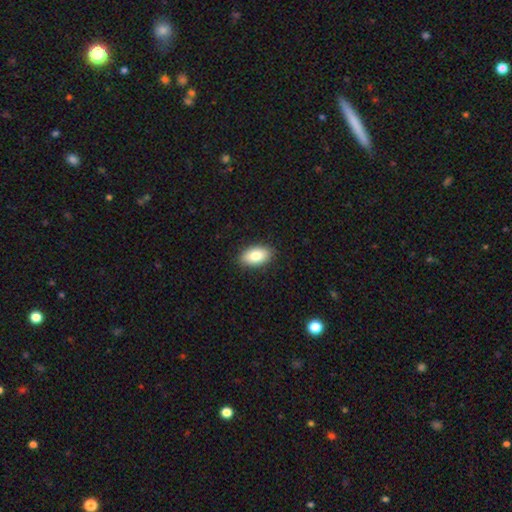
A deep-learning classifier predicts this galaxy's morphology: smooth-or-featured: smooth: 82% | featured or disk: 11% | star or artifact: 7%
  how-rounded: in between: 93% | round: 5% | cigar-shaped: 2%
  merging: none: 89% | minor disturbance: 8% | major disturbance: 2% | merger: 1%